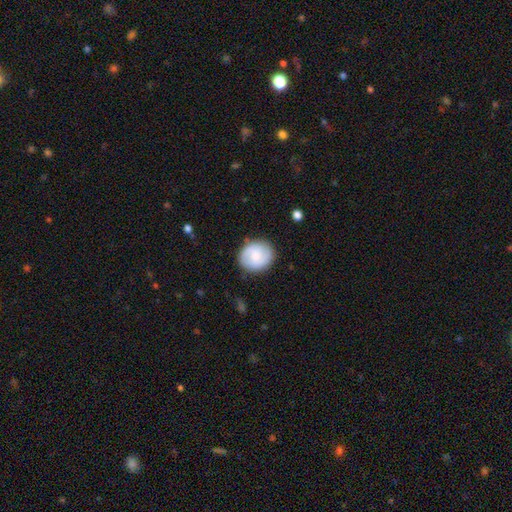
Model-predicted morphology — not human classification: smooth 53%, featured or disk 41%, star or artifact 7%. Down the decision tree: how rounded — round (75%); merging — none (85%).